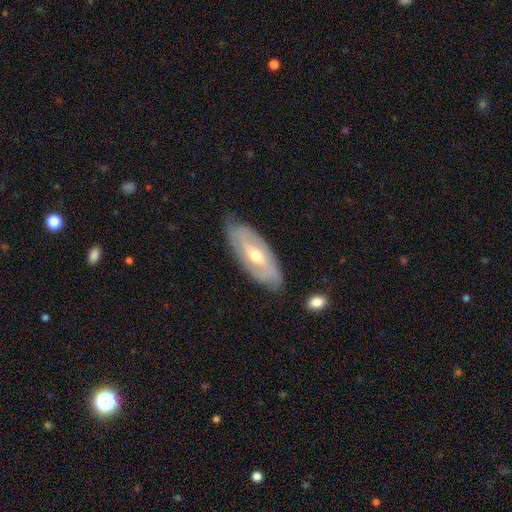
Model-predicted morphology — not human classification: This appears to be a featured or disk galaxy (71%) with a weak bar (44%), spiral arms (76%) and a moderate central bulge (62%). Merging: none (76%).